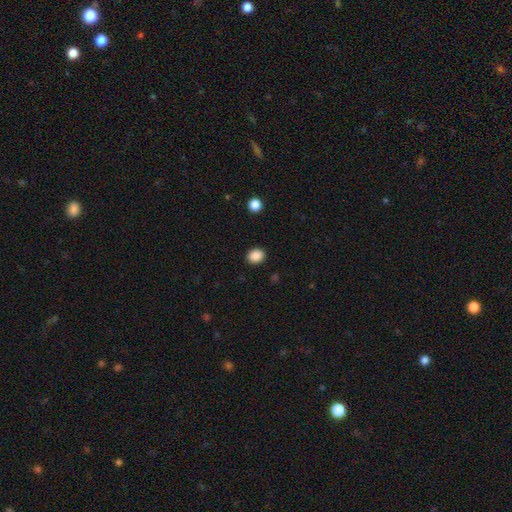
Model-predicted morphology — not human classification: A smooth galaxy with no disk features (89%) that is round (57%). Merging: none (91%).